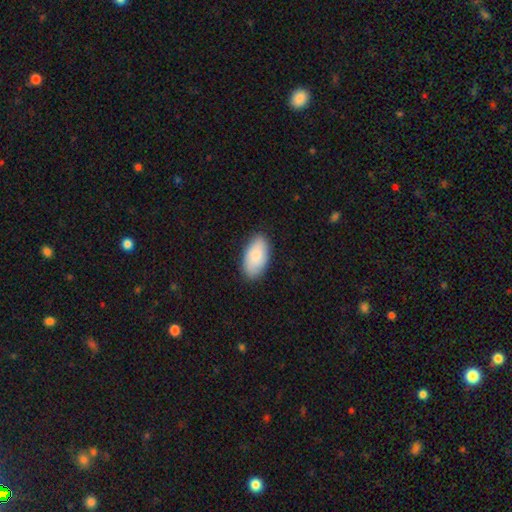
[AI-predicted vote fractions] Smooth or featured? Predicted: smooth (p=0.85). How rounded? Predicted: in between (p=0.95). Merging? Predicted: none (p=0.86).